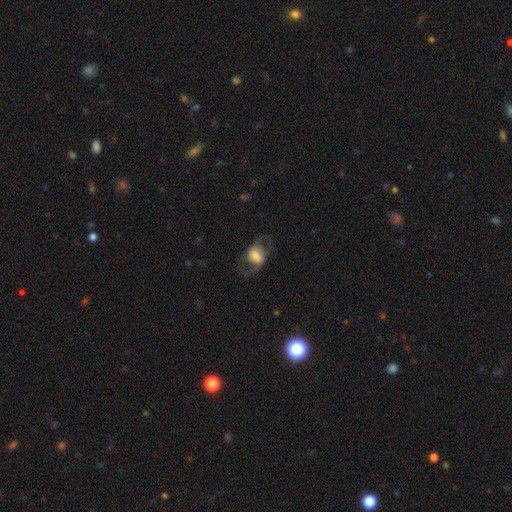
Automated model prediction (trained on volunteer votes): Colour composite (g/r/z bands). It shows a smooth galaxy with no disk features (54%) that is in between round and cigar-shaped (65%). Merging: none (59%).